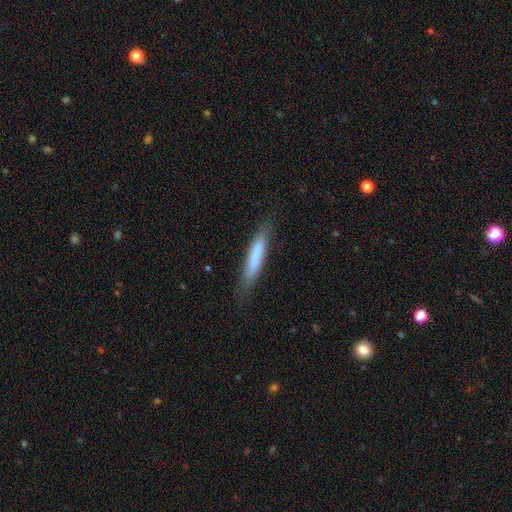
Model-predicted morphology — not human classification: Q: Smooth or featured?
A: smooth (73%); runner-up: featured or disk (21%)
Q: How rounded?
A: cigar-shaped (91%); runner-up: in between (8%)
Q: Merging?
A: none (82%); runner-up: minor disturbance (14%)